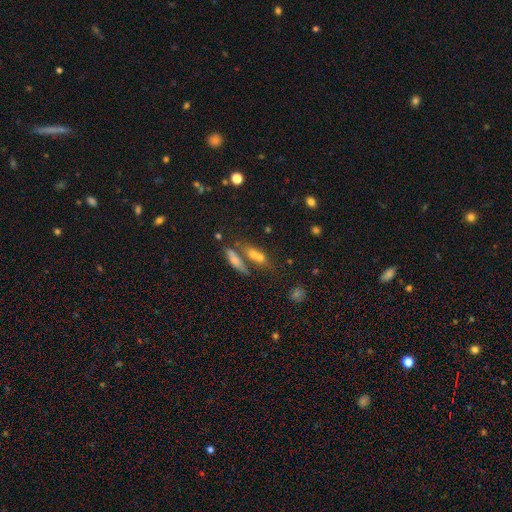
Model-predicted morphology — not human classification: type=smooth (52%); roundness=cigar-shaped (47%); merging=none (48%).